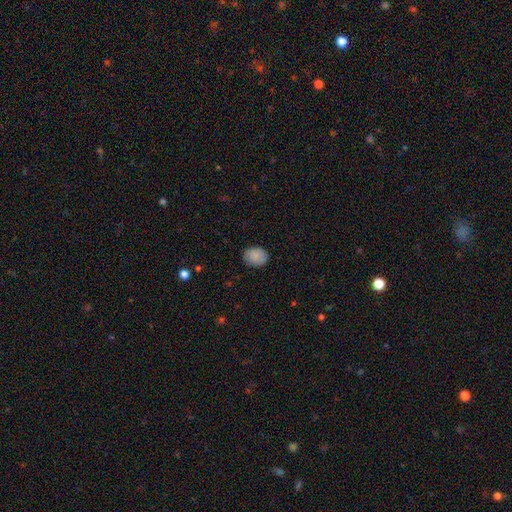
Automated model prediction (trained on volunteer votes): Smooth or featured? Predicted: smooth (p=0.86). How rounded? Predicted: in between (p=0.50). Merging? Predicted: none (p=0.84).